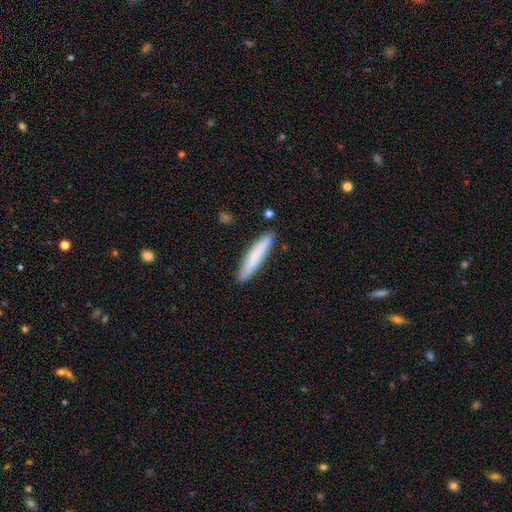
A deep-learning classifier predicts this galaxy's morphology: A smooth galaxy with no disk features (78%) that is cigar-shaped (91%).

Vote fractions:
- Smooth or featured? smooth: 78% / featured or disk: 16% / star or artifact: 6%
- How rounded? cigar-shaped: 91% / in between: 8% / round: 1%
- Merging? none: 87% / minor disturbance: 10% / merger: 2% / major disturbance: 2%